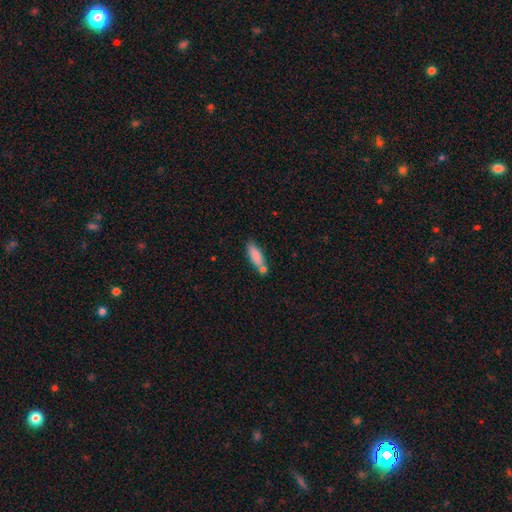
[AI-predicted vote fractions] Smooth or featured?
  - smooth: 83% *
  - featured or disk: 10%
  - star or artifact: 7%
How rounded?
  - in between: 64% *
  - cigar-shaped: 34%
  - round: 2%
Merging?
  - none: 52% *
  - merger: 27%
  - minor disturbance: 16%
  - major disturbance: 5%